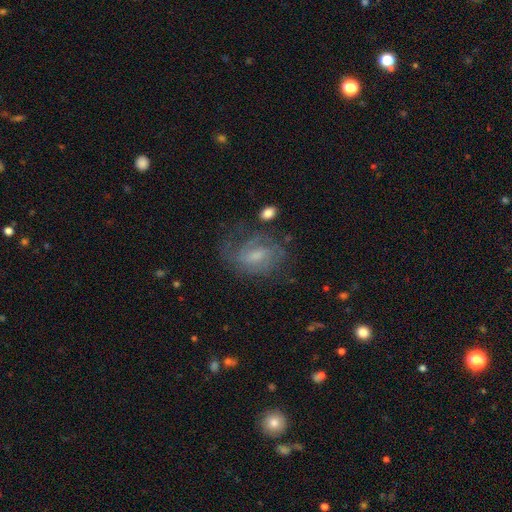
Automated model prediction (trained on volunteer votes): Smooth or featured: featured or disk — 67% (smooth — 23%)
Edge-on disk: no — 96% (yes — 4%)
Bar: weak — 54% (no — 33%)
Spiral arms: yes — 84% (no — 16%)
Spiral winding: medium — 43% (tight — 38%)
Spiral arm count: 2 — 37% (tied with can't tell — 37%)
Bulge size: small — 42% (moderate — 36%)
Merging: none — 57% (minor disturbance — 22%)